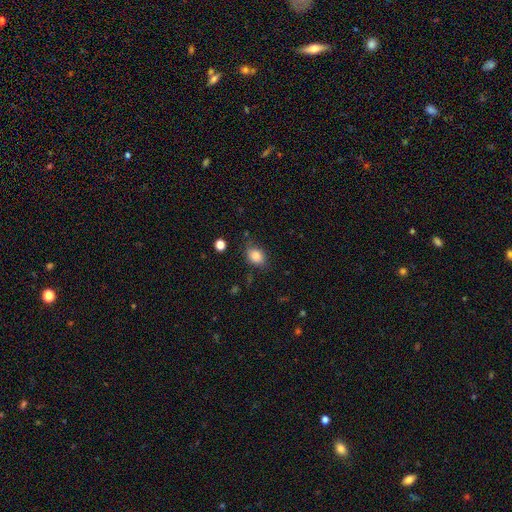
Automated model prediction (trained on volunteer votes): Smooth or featured? Predicted: smooth (p=0.85). How rounded? Predicted: in between (p=0.67). Merging? Predicted: none (p=0.72).